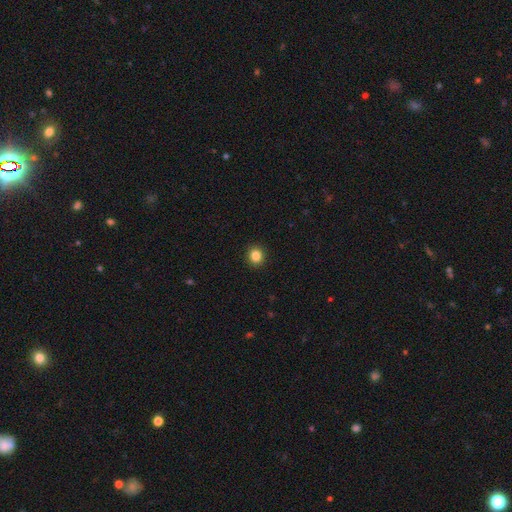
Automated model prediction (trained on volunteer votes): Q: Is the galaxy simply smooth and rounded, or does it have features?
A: smooth — 85%.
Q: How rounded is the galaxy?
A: round — 87%.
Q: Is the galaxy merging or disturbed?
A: none — 93%.